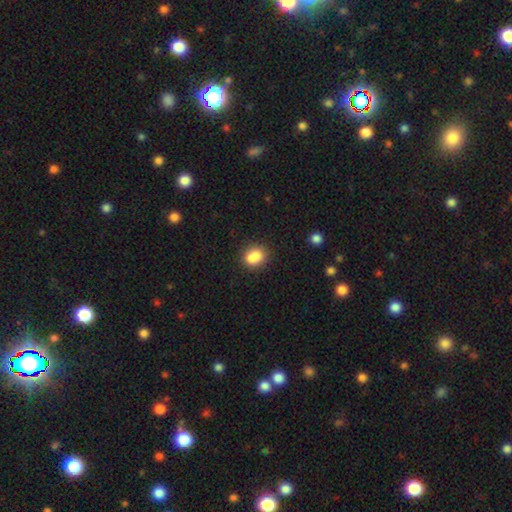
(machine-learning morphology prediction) smooth 79%, featured or disk 11%, star or artifact 10%. Down the decision tree: how rounded — in between (50%); merging — none (57%).